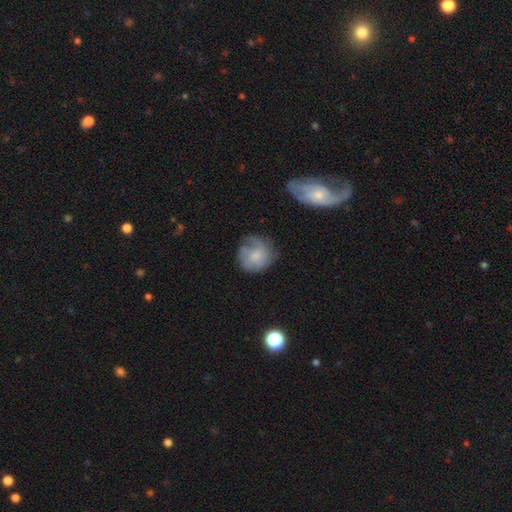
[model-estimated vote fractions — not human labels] smooth_or_featured: smooth (p=0.54) [alt: featured or disk p=0.38]
how_rounded: round (p=0.82) [alt: in between p=0.17]
merging: none (p=0.53) [alt: minor disturbance p=0.27]